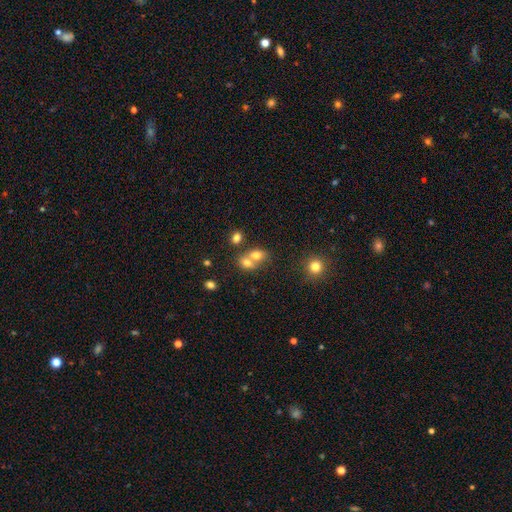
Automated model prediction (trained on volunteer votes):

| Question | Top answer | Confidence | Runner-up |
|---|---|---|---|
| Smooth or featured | smooth | 73% | featured or disk (15%) |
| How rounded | in between | 58% | round (41%) |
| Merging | merger | 62% | none (28%) |